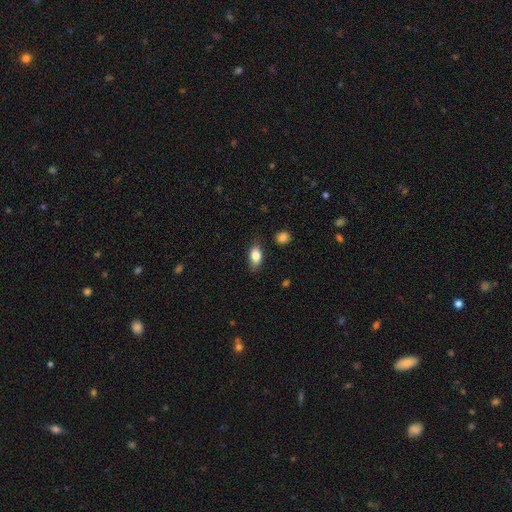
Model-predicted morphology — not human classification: smooth 82%, featured or disk 11%, star or artifact 7%. Down the decision tree: how rounded — in between (86%); merging — none (80%).